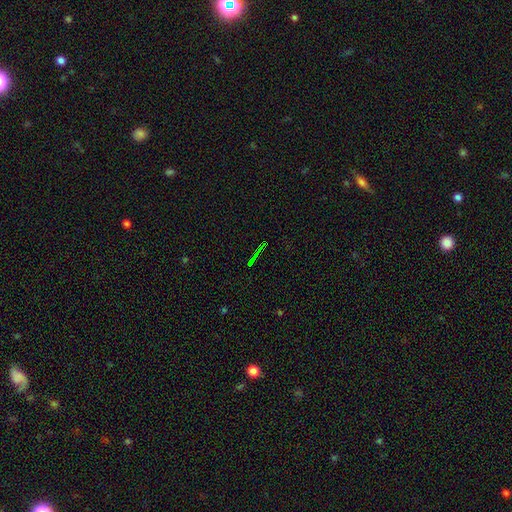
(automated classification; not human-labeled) A star or artifact, not a galaxy (68%).

Vote fractions:
- Smooth or featured? star or artifact: 68% / smooth: 16% / featured or disk: 16%